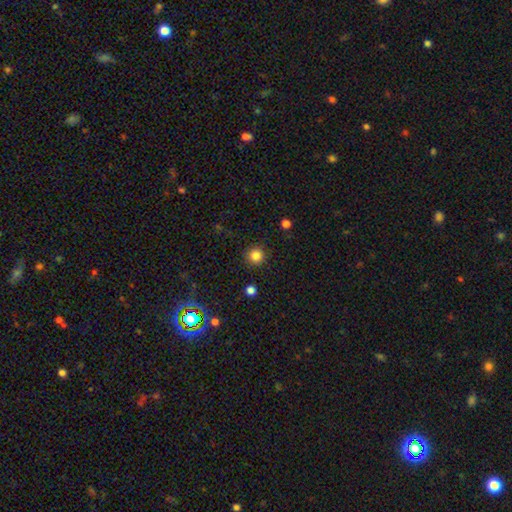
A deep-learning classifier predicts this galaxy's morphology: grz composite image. It shows a smooth galaxy with no disk features (84%) that is round (94%). Merging: none (90%).